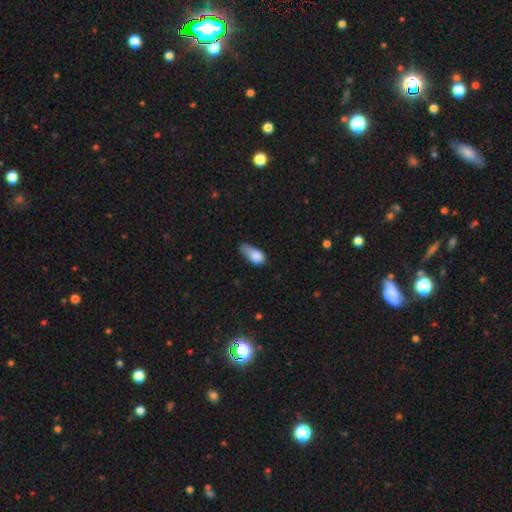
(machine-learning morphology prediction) Smooth or featured?
  - smooth: 81% *
  - featured or disk: 11%
  - star or artifact: 8%
How rounded?
  - in between: 85% *
  - cigar-shaped: 7%
  - round: 7%
Merging?
  - minor disturbance: 46% *
  - major disturbance: 25%
  - none: 22%
  - merger: 7%